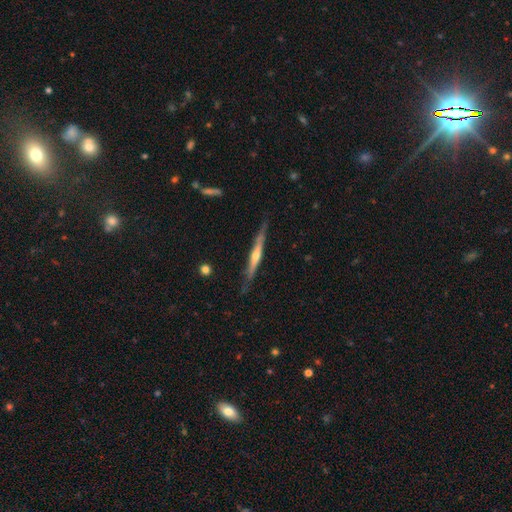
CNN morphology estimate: featured or disk 72%, smooth 23%, star or artifact 5%. Down the decision tree: edge-on disk — yes (96%); edge-on bulge — rounded (76%); merging — none (81%).